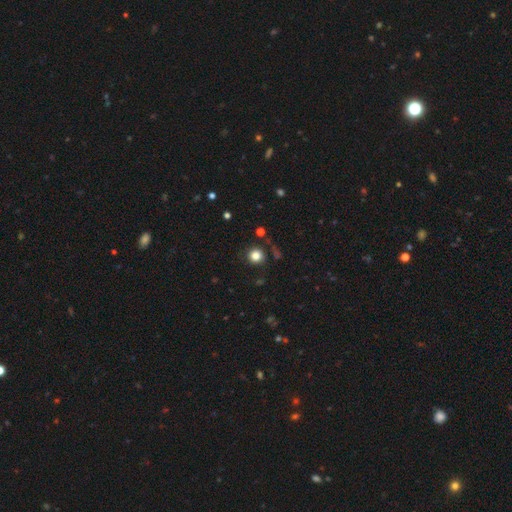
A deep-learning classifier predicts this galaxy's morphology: Overall: smooth (82%). How rounded: round (93%). Merging: none (86%).